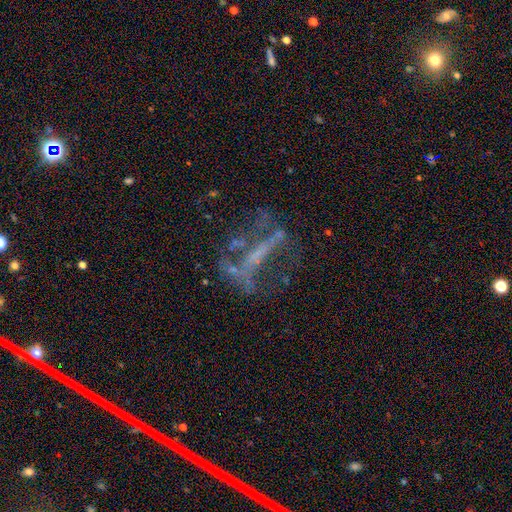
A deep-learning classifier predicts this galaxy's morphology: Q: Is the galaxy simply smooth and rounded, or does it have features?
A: featured or disk — 58%.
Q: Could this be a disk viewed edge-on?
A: no — 79%.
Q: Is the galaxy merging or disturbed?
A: none — 45%.